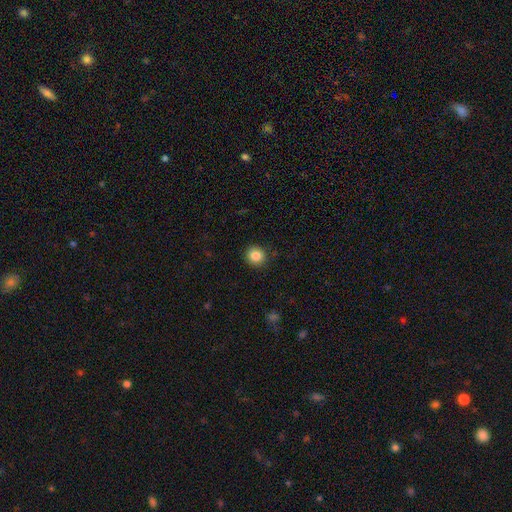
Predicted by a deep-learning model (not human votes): Q: Smooth or featured?
A: smooth (84%); runner-up: star or artifact (10%)
Q: How rounded?
A: round (91%); runner-up: in between (8%)
Q: Merging?
A: none (92%); runner-up: minor disturbance (6%)